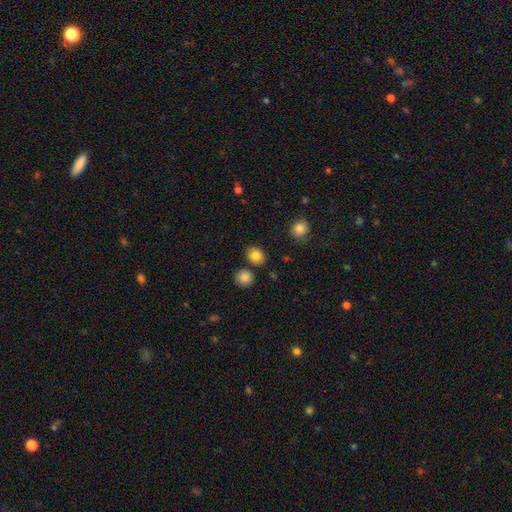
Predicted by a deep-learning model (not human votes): A smooth galaxy with no disk features (84%) that is round (61%).

Vote fractions:
- Smooth or featured? smooth: 84% / star or artifact: 10% / featured or disk: 6%
- How rounded? round: 61% / in between: 38% / cigar-shaped: 1%
- Merging? none: 81% / minor disturbance: 9% / merger: 7% / major disturbance: 3%